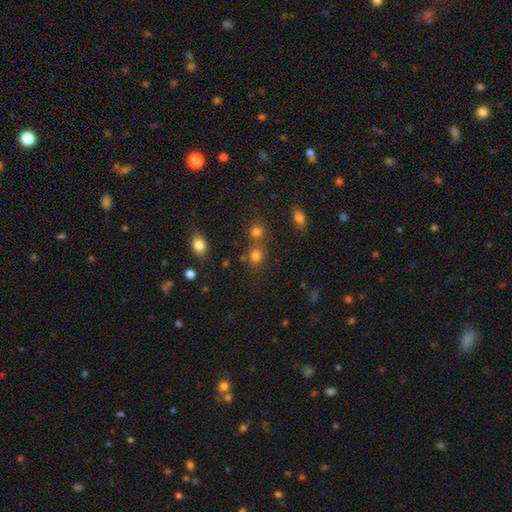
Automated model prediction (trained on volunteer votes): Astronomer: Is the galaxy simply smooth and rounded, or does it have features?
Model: smooth — 76%.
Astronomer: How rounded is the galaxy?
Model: round — 80%.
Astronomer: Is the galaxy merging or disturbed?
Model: none — 59%.